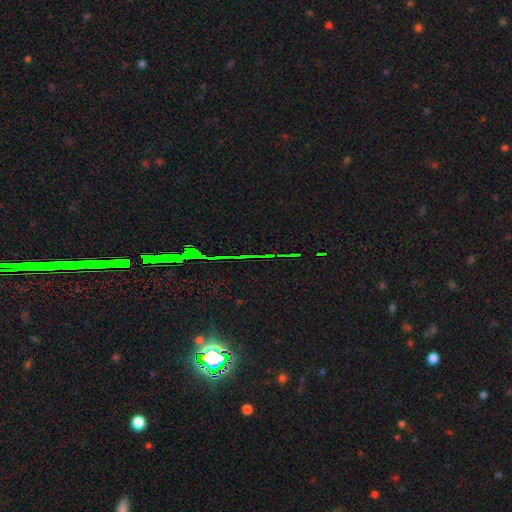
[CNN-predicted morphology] Smooth or featured?
  - star or artifact: 84% *
  - smooth: 8%
  - featured or disk: 7%